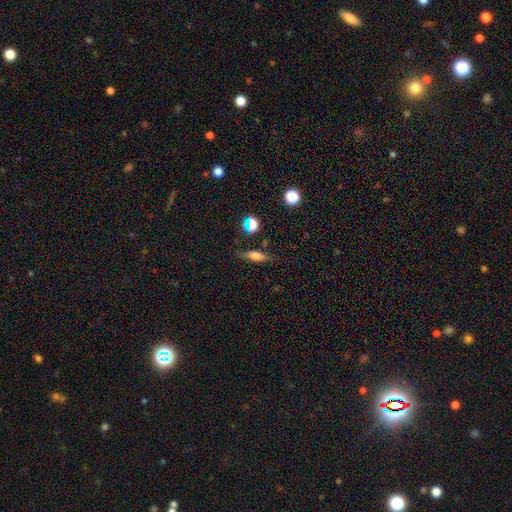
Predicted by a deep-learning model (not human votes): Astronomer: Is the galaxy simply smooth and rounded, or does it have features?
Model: smooth — 54% (runner-up: featured or disk, 35%).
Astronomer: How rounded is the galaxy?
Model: cigar-shaped — 55% (runner-up: in between, 38%).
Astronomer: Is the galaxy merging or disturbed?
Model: none — 78%.